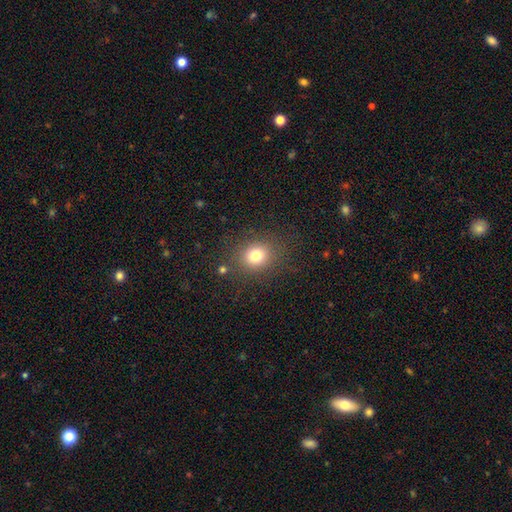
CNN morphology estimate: Smooth or featured?
  - smooth: 77% *
  - star or artifact: 15%
  - featured or disk: 9%
How rounded?
  - round: 74% *
  - in between: 25%
  - cigar-shaped: 1%
Merging?
  - none: 83% *
  - minor disturbance: 10%
  - major disturbance: 5%
  - merger: 2%